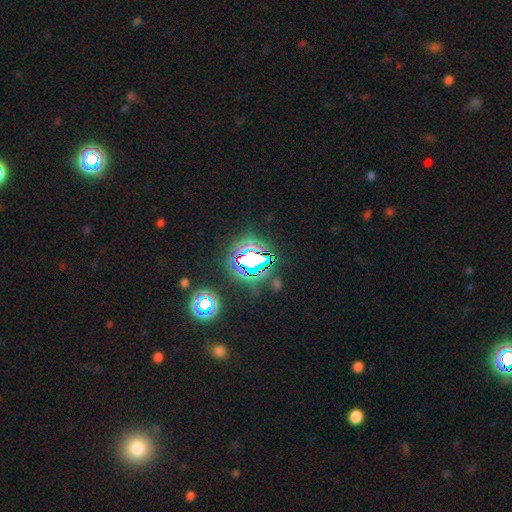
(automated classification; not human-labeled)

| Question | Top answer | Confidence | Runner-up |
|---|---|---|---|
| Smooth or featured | star or artifact | 75% | smooth (15%) |